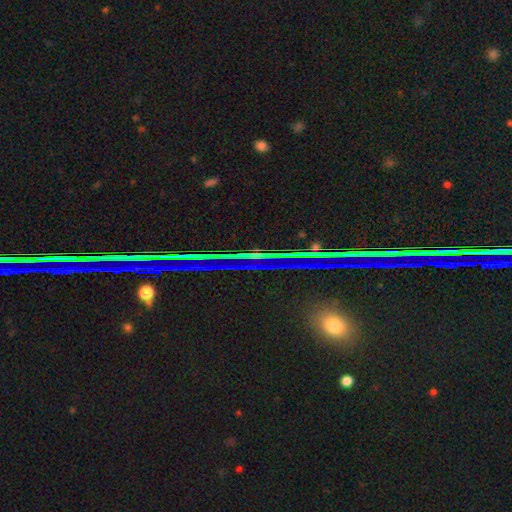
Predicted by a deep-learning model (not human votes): A star or artifact, not a galaxy (68%).

Vote fractions:
- Smooth or featured? star or artifact: 68% / smooth: 24% / featured or disk: 8%